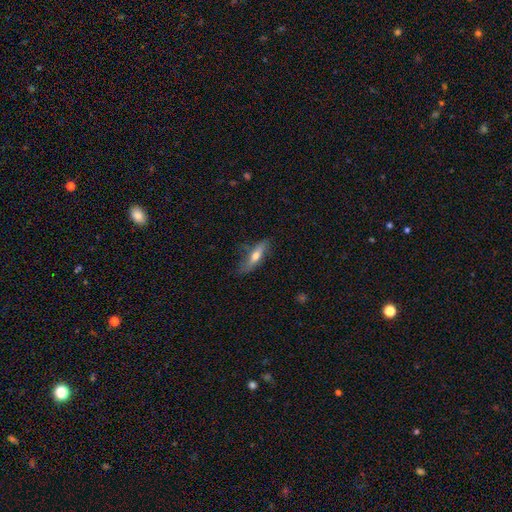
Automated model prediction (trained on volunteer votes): smooth_or_featured: smooth (p=0.49) [alt: featured or disk p=0.44]
merging: none (p=0.67) [alt: minor disturbance p=0.23]